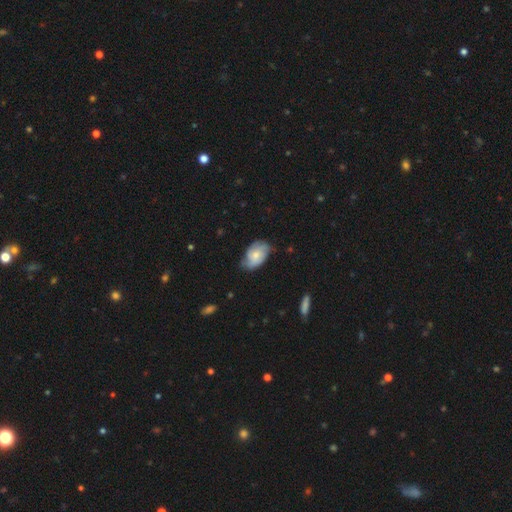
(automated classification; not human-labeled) Smooth or featured?
  - featured or disk: 51% *
  - smooth: 42%
  - star or artifact: 7%
Edge-on disk?
  - no: 96% *
  - yes: 4%
Merging?
  - none: 56% *
  - minor disturbance: 34%
  - major disturbance: 9%
  - merger: 1%